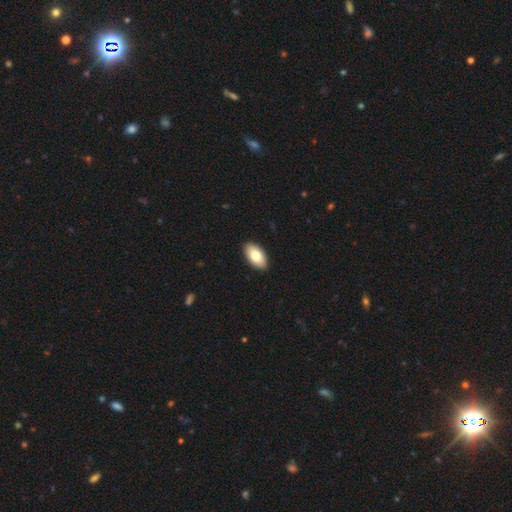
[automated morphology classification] type=smooth (79%); roundness=in between (95%); merging=none (91%).